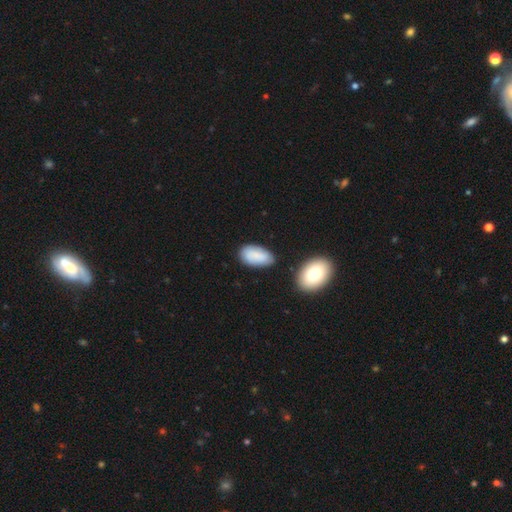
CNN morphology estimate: type=smooth (81%); roundness=in between (94%); merging=none (67%).